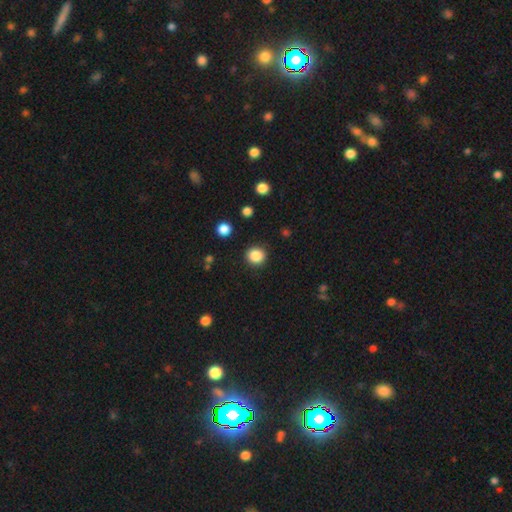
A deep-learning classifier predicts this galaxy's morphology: This appears to be a smooth galaxy with no disk features (86%) that is round (87%). Merging: none (90%).